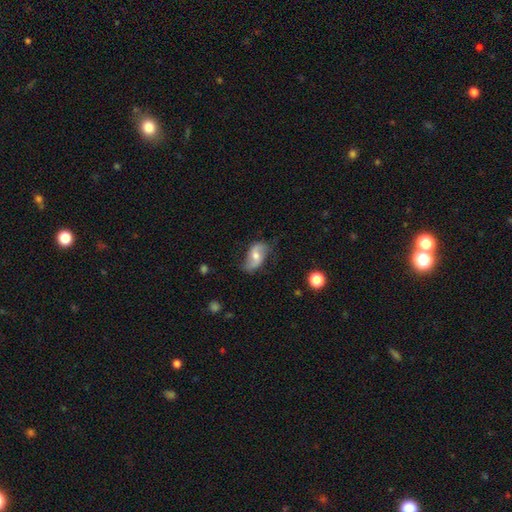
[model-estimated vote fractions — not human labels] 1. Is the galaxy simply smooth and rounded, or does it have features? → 62% featured or disk, 31% smooth, 7% star or artifact.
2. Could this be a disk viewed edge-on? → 94% no, 6% yes.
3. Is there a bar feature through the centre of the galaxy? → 47% no, 39% weak, 14% strong.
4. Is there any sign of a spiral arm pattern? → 85% yes, 15% no.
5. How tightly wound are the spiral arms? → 72% loose, 21% medium, 7% tight.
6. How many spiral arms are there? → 90% 2, 5% can't tell, 2% 1, 1% 3, 1% 4, 1% more than 4.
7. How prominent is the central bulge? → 67% moderate, 25% small, 6% large, 2% none, 1% dominant.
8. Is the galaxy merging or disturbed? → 70% none, 22% minor disturbance, 6% major disturbance, 2% merger.